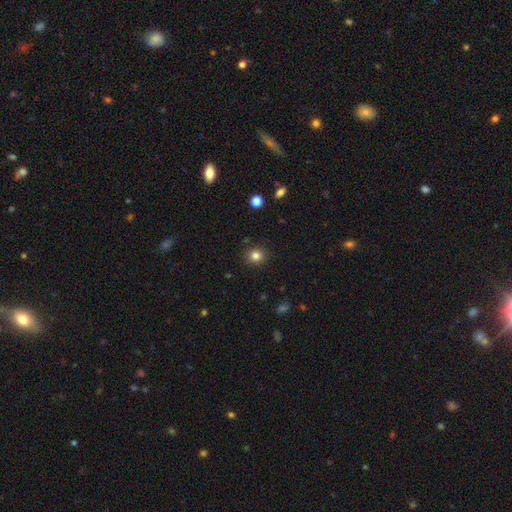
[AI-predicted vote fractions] smooth 82%, star or artifact 12%, featured or disk 6%. Down the decision tree: how rounded — round (83%); merging — none (90%).